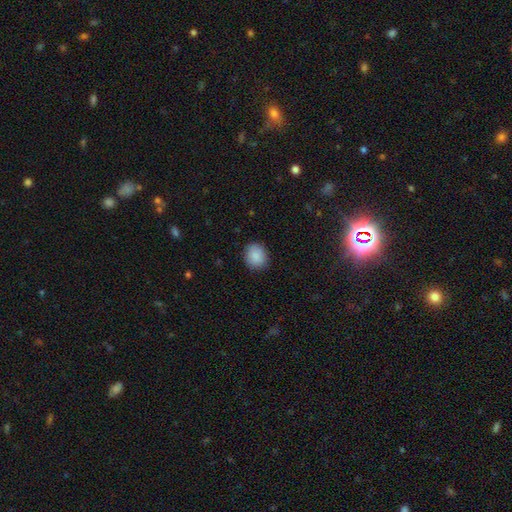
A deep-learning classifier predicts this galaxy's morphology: A smooth galaxy with no disk features (89%) that is round (67%). Merging: none (87%).